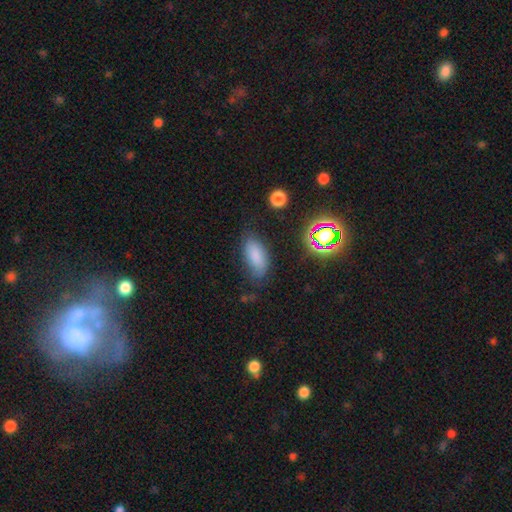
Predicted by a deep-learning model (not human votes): Overall: smooth (78%). How rounded: in between (89%). Merging: none (69%).